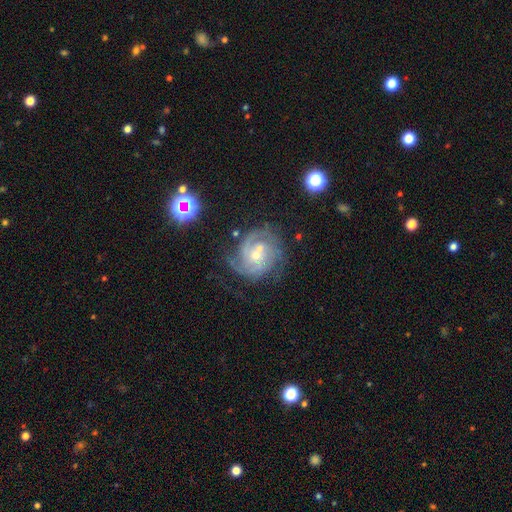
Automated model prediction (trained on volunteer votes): Smooth or featured: featured or disk — 83% (star or artifact — 9%)
Edge-on disk: no — 98% (yes — 2%)
Bar: no — 58% (weak — 35%)
Spiral arms: yes — 95% (no — 5%)
Spiral winding: tight — 50% (medium — 40%)
Spiral arm count: 3 — 36% (can't tell — 22%)
Bulge size: small — 58% (moderate — 38%)
Merging: none — 56% (minor disturbance — 19%)